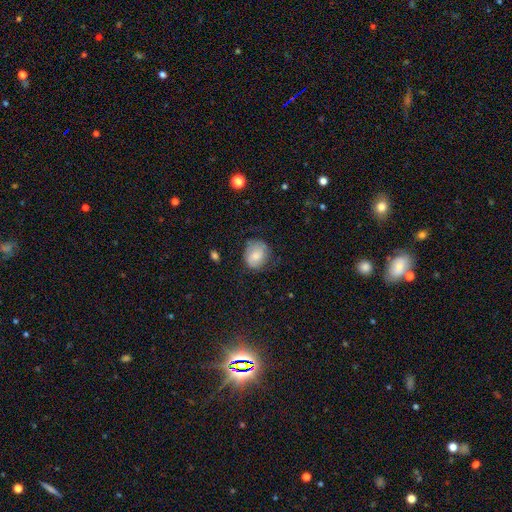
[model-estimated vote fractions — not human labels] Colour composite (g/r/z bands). It shows a smooth galaxy with no disk features (70%) that is round (70%). Merging: none (64%).